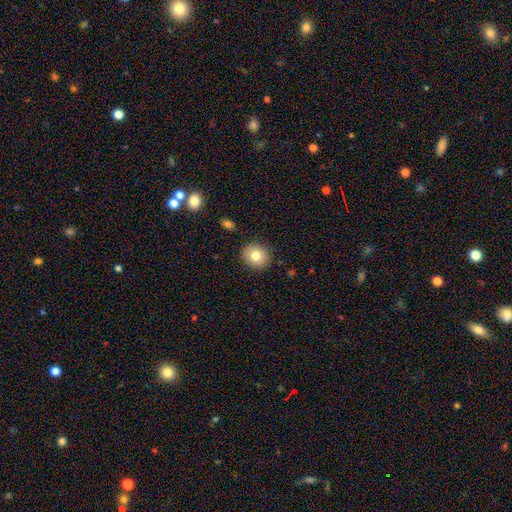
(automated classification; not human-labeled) smooth 79%, featured or disk 11%, star or artifact 10%. Down the decision tree: how rounded — round (83%); merging — none (89%).